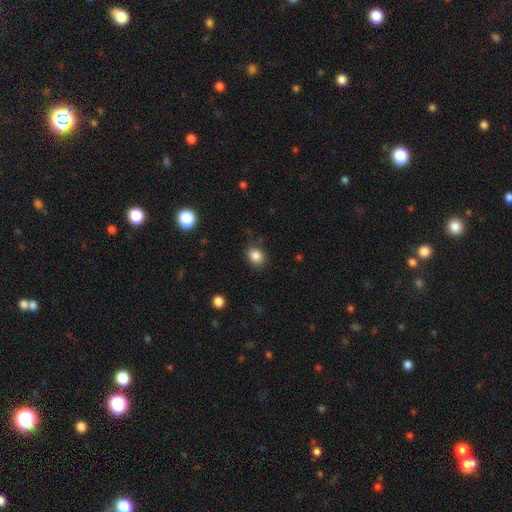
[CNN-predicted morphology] The model was most divided on "how rounded": round: 60%, in between: 39%, cigar-shaped: 1%. More confident: smooth or featured — smooth (85%); merging — none (83%).